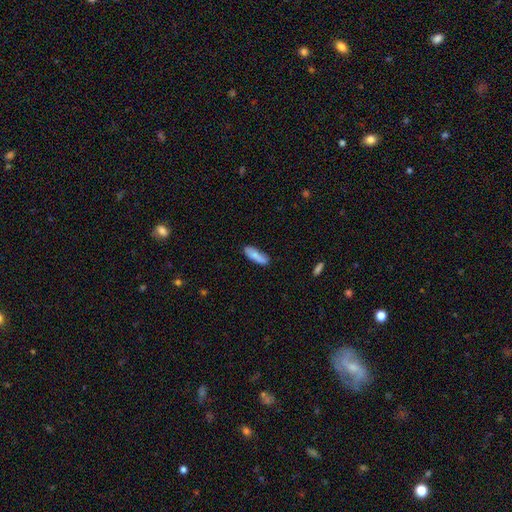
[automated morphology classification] This appears to be a smooth galaxy with no disk features (84%) that is cigar-shaped (54%). Merging: none (81%).